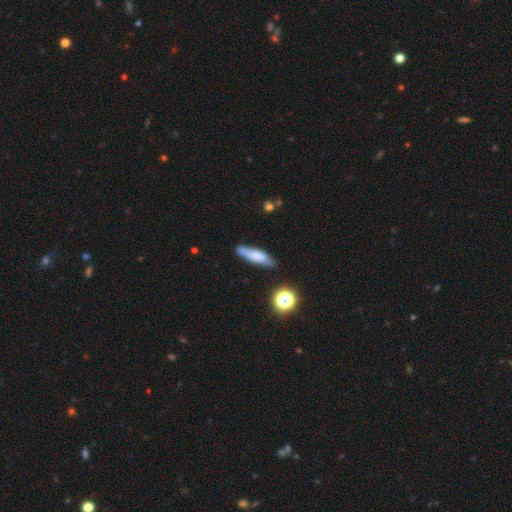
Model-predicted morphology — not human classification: This appears to be a smooth galaxy with no disk features (69%) that is cigar-shaped (71%). Merging: none (76%).